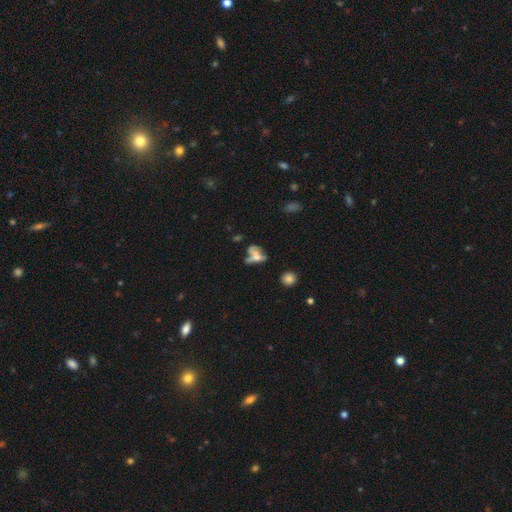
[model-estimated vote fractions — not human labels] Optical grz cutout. It shows a smooth galaxy with no disk features (45%). Merging: merger (34%).